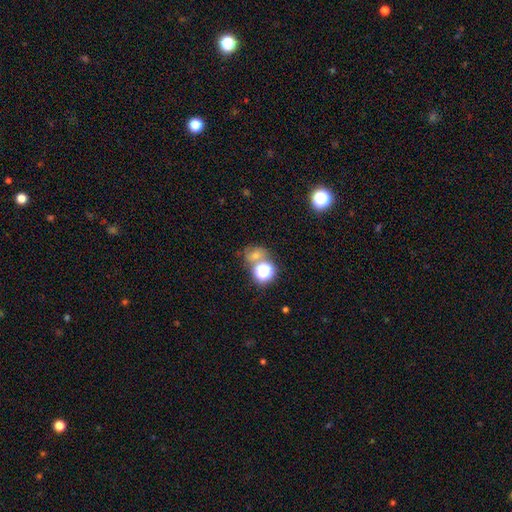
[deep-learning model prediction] A star or artifact, not a galaxy (50%).

Vote fractions:
- Smooth or featured? star or artifact: 50% / smooth: 37% / featured or disk: 14%